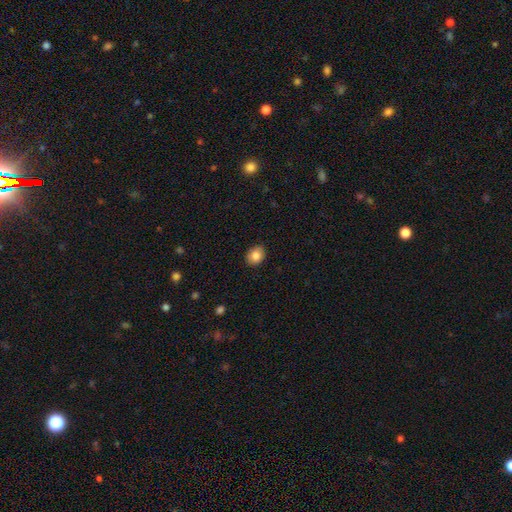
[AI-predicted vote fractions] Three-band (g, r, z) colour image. It shows a smooth galaxy with no disk features (85%) that is round (51%). Merging: none (89%).